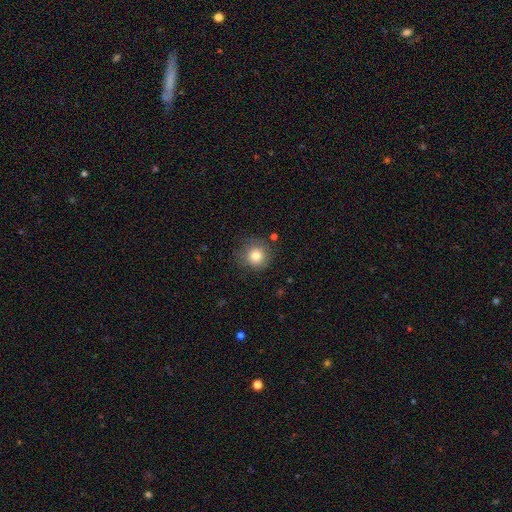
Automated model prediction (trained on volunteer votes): Overall: smooth (81%). How rounded: round (92%). Merging: none (81%).